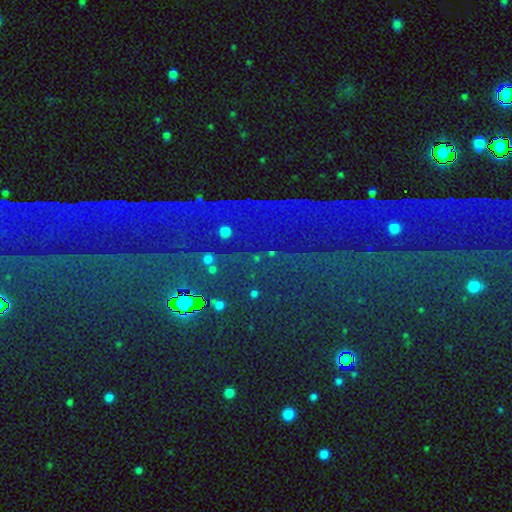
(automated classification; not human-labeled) Overall: star or artifact (84%).